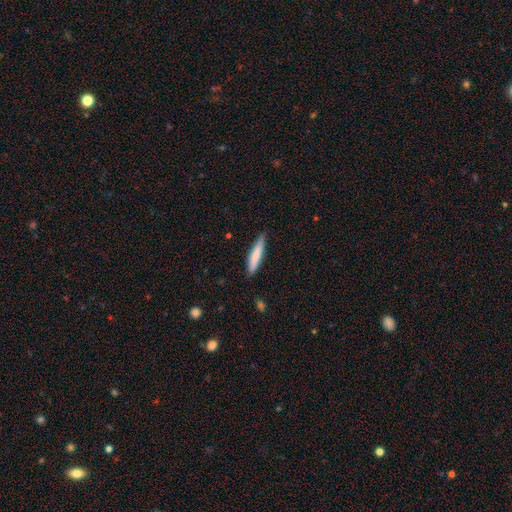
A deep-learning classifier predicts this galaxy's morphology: The model was most divided on "smooth or featured": smooth: 75%, featured or disk: 19%, star or artifact: 6%. More confident: how rounded — cigar-shaped (85%); merging — none (82%).